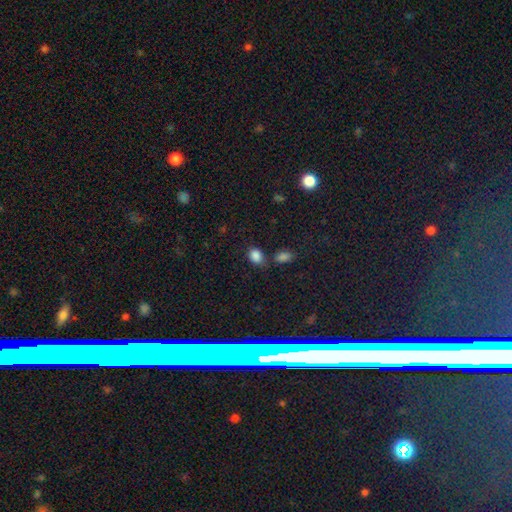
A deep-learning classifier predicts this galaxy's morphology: Overall: smooth (86%). How rounded: in between (73%). Merging: none (65%).